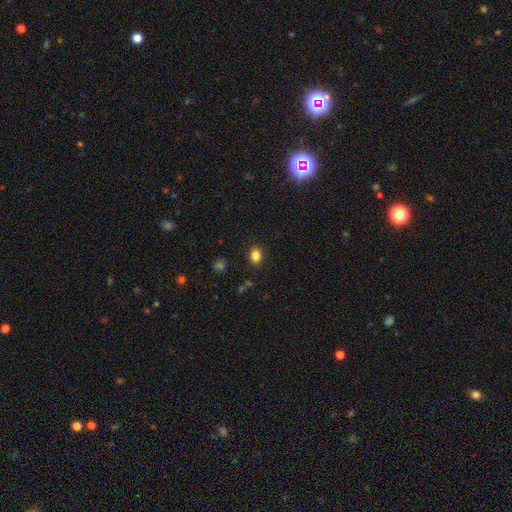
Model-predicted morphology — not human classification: This is clearly a smooth galaxy (84%). How rounded: likely in between (68%). Merging: clearly none (88%).